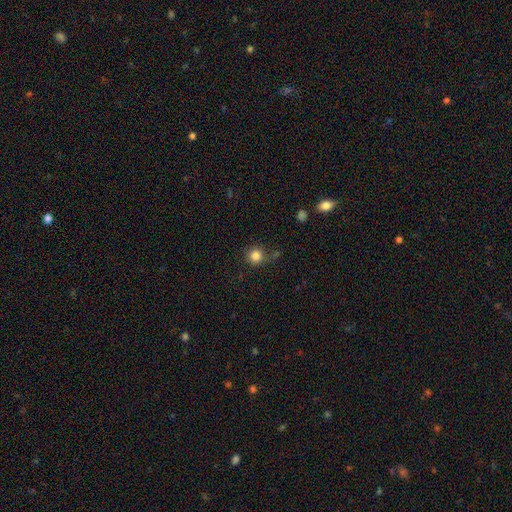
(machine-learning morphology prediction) The model was most divided on "merging": none: 79%, minor disturbance: 12%, merger: 5%, major disturbance: 4%. More confident: how rounded — round (93%); smooth or featured — smooth (83%).